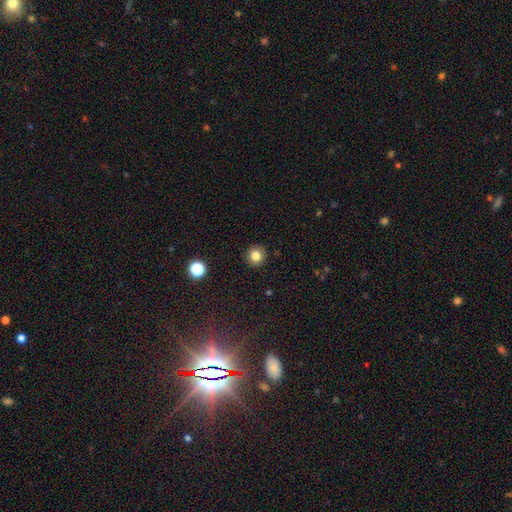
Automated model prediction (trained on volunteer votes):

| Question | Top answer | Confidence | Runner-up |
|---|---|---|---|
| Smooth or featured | smooth | 82% | star or artifact (12%) |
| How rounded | round | 92% | in between (7%) |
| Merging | none | 92% | minor disturbance (5%) |